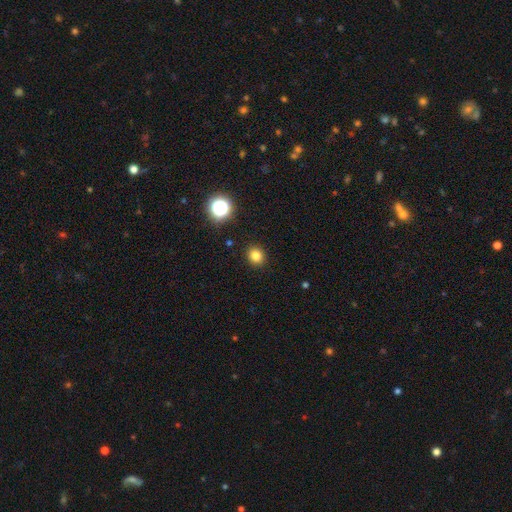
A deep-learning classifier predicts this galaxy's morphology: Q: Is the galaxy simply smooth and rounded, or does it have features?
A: smooth — 81%.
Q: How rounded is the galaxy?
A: round — 78%.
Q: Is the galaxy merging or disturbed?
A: none — 91%.